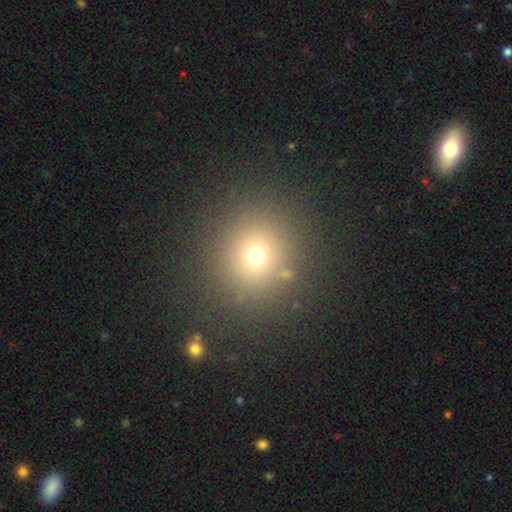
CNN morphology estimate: Smooth or featured?
  - smooth: 69% *
  - star or artifact: 21%
  - featured or disk: 10%
How rounded?
  - round: 90% *
  - in between: 9%
  - cigar-shaped: 1%
Merging?
  - none: 86% *
  - minor disturbance: 7%
  - major disturbance: 4%
  - merger: 3%